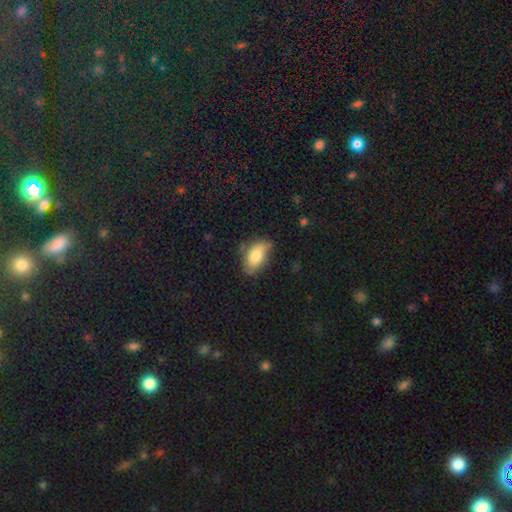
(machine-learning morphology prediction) Q: Smooth or featured?
A: smooth (78%); runner-up: featured or disk (15%)
Q: How rounded?
A: in between (91%); runner-up: round (5%)
Q: Merging?
A: none (59%); runner-up: minor disturbance (30%)